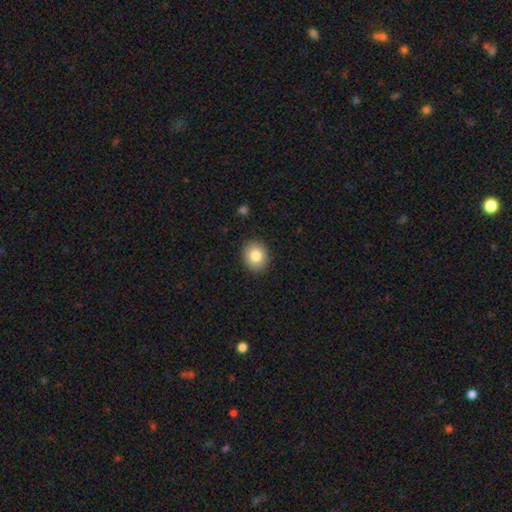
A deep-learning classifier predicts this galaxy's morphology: A smooth galaxy with no disk features (81%) that is round (68%).

Vote fractions:
- Smooth or featured? smooth: 81% / featured or disk: 10% / star or artifact: 9%
- How rounded? round: 68% / in between: 31% / cigar-shaped: 1%
- Merging? none: 90% / minor disturbance: 7% / major disturbance: 2% / merger: 1%